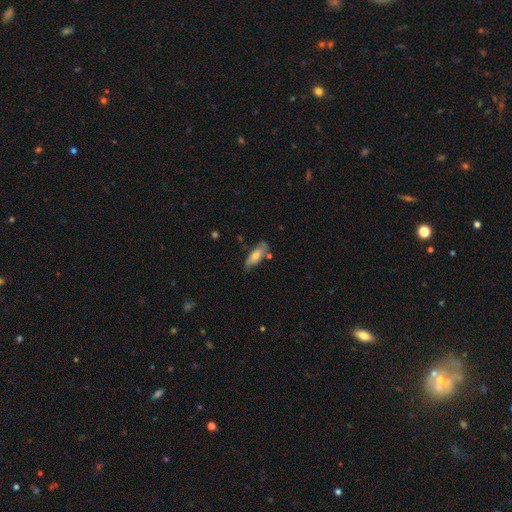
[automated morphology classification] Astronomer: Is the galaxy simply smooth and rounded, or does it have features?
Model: smooth — 64%.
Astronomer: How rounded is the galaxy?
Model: in between — 62%.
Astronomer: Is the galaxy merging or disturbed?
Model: none — 62%.